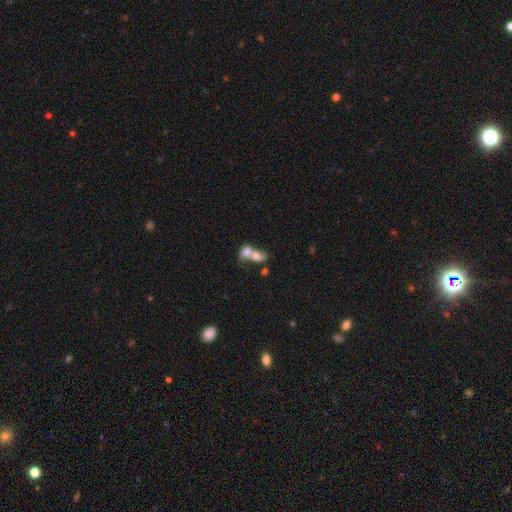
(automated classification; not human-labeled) Q: Smooth or featured?
A: smooth (71%); runner-up: featured or disk (20%)
Q: How rounded?
A: in between (63%); runner-up: round (35%)
Q: Merging?
A: merger (79%); runner-up: none (12%)